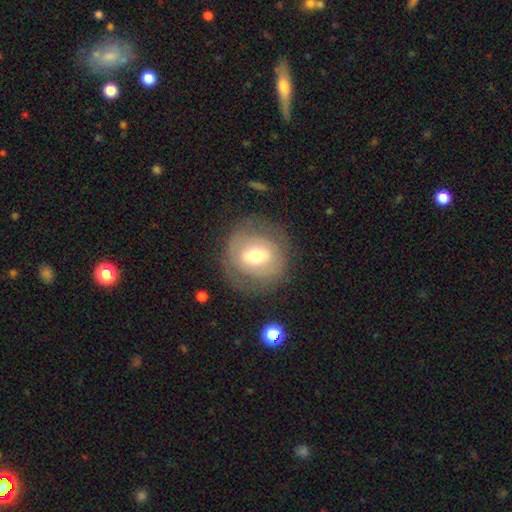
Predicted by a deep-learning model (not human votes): Smooth or featured?
  - featured or disk: 48% *
  - smooth: 45%
  - star or artifact: 8%
Merging?
  - none: 75% *
  - minor disturbance: 15%
  - major disturbance: 9%
  - merger: 2%